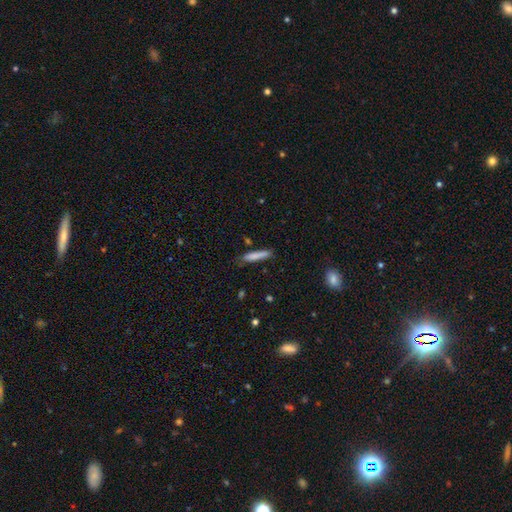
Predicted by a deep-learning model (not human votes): smooth-or-featured: smooth: 79% | featured or disk: 14% | star or artifact: 6%
  how-rounded: cigar-shaped: 90% | in between: 9% | round: 1%
  merging: none: 77% | minor disturbance: 17% | major disturbance: 3% | merger: 3%